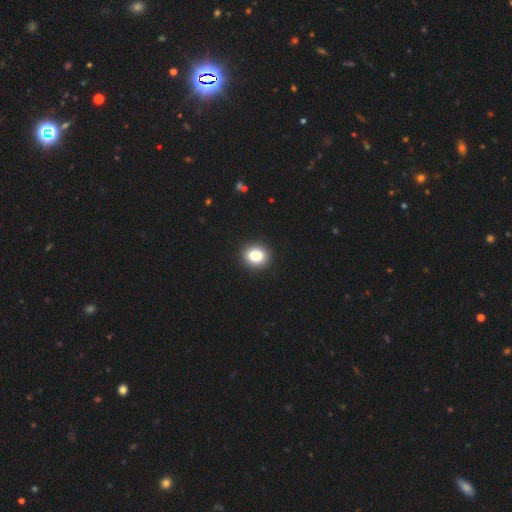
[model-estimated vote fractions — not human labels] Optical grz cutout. It shows a smooth galaxy with no disk features (82%) that is round (68%). Merging: none (92%).